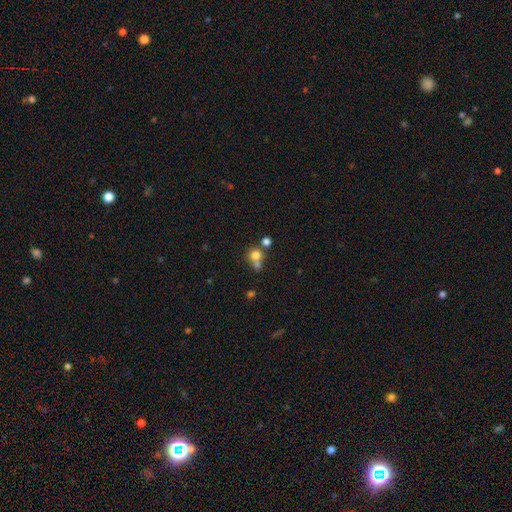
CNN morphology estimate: smooth-or-featured: smooth: 75% | star or artifact: 14% | featured or disk: 11%
  how-rounded: round: 85% | in between: 14% | cigar-shaped: 1%
  merging: merger: 43% | none: 42% | minor disturbance: 9% | major disturbance: 6%